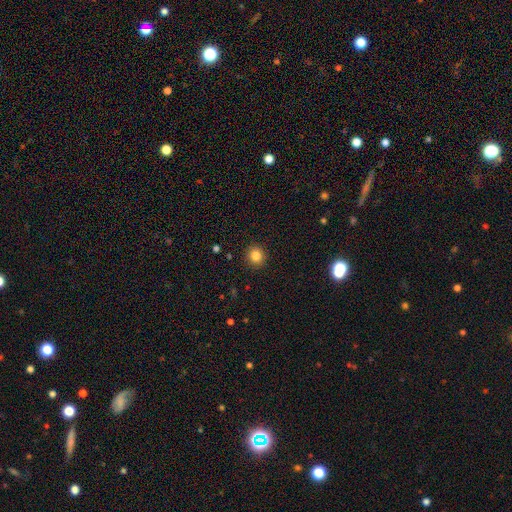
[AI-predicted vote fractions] smooth_or_featured: smooth (p=0.83) [alt: star or artifact p=0.12]
how_rounded: round (p=0.89) [alt: in between p=0.10]
merging: none (p=0.91) [alt: minor disturbance p=0.06]